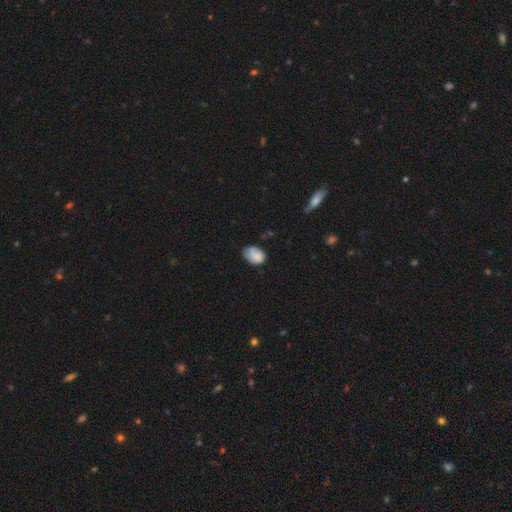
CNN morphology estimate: Smooth or featured? smooth (75%)
How rounded? in between (73%)
Merging? none (50%)